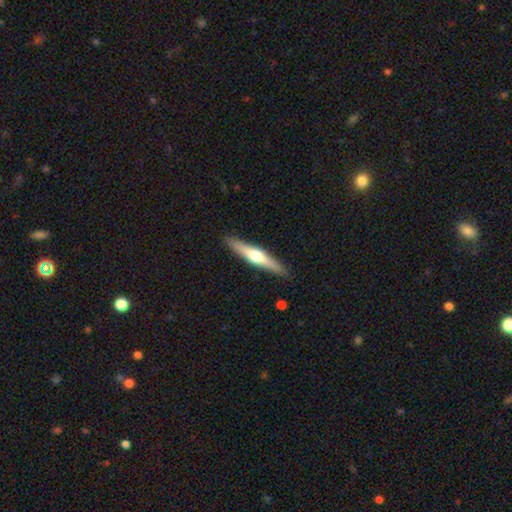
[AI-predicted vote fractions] Smooth or featured: featured or disk — 64% (smooth — 31%)
Edge-on disk: yes — 97% (no — 3%)
Edge-on bulge: rounded — 92% (boxy — 4%)
Merging: none — 90% (minor disturbance — 7%)